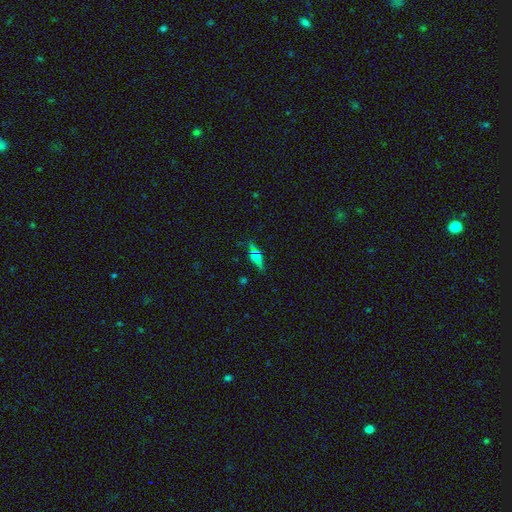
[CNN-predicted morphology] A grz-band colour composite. It shows a smooth galaxy with no disk features (46%). Merging: none (75%).